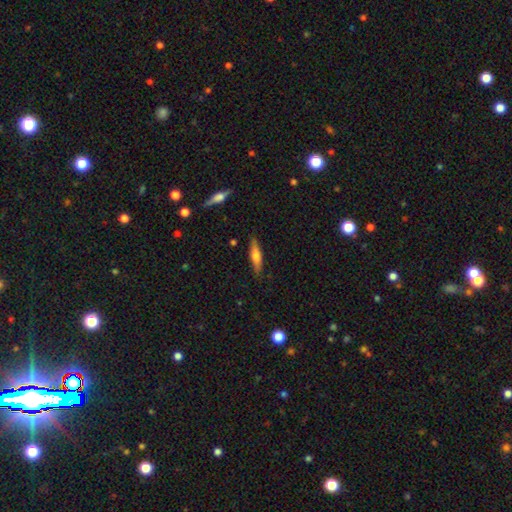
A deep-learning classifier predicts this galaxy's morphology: Smooth or featured?
  - smooth: 58% *
  - featured or disk: 36%
  - star or artifact: 6%
How rounded?
  - cigar-shaped: 76% *
  - in between: 22%
  - round: 2%
Merging?
  - none: 86% *
  - minor disturbance: 11%
  - major disturbance: 2%
  - merger: 1%